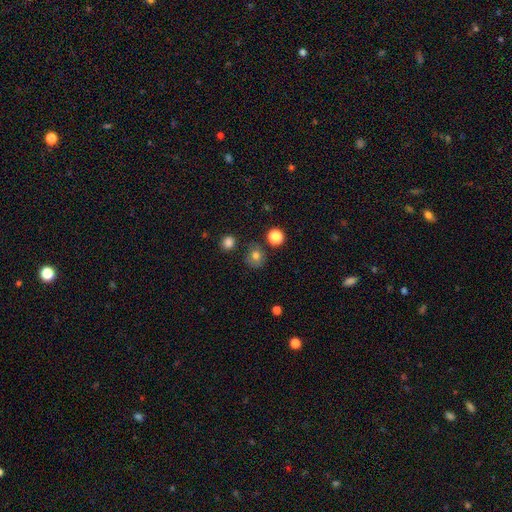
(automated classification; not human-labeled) This appears to be a smooth galaxy with no disk features (77%) that is round (83%). Merging: none (77%).